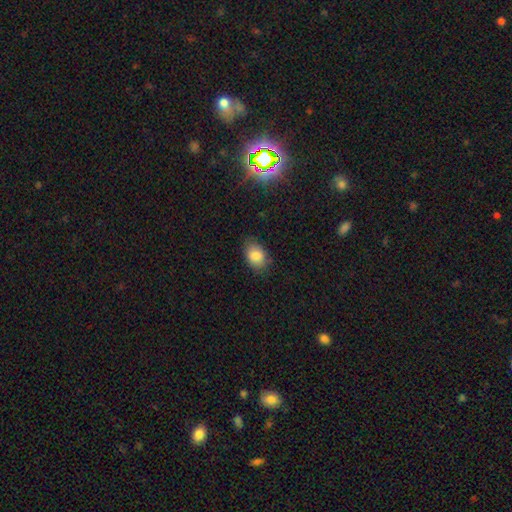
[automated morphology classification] Smooth or featured? smooth (83%)
How rounded? in between (78%)
Merging? none (75%)